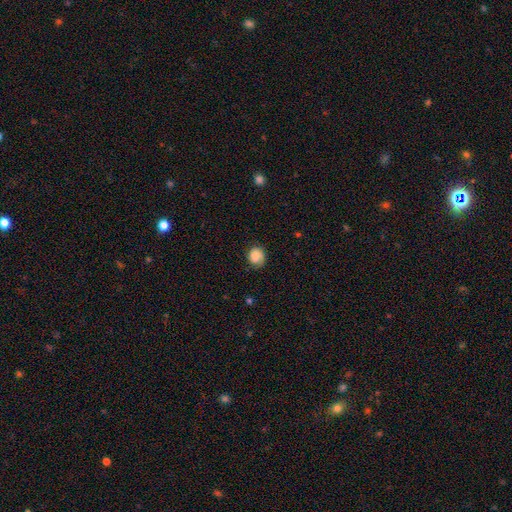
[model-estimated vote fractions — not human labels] Smooth or featured? Predicted: smooth (p=0.79). How rounded? Predicted: round (p=0.70). Merging? Predicted: none (p=0.70).